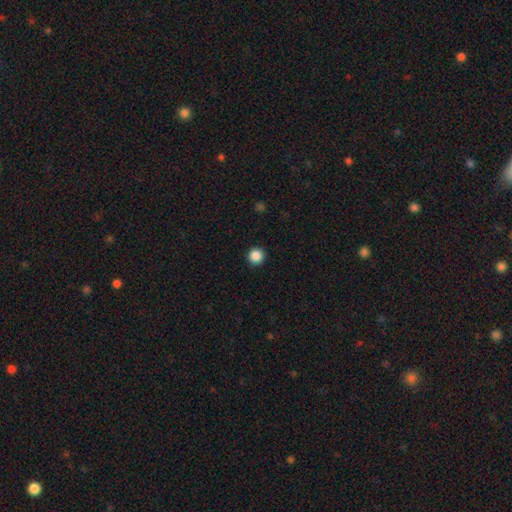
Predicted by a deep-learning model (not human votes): Smooth or featured? smooth (87%)
How rounded? round (96%)
Merging? none (93%)